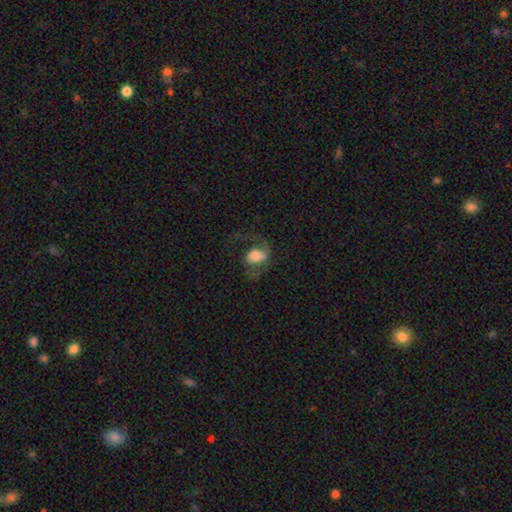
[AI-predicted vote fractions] Q: Smooth or featured?
A: featured or disk (49%); runner-up: smooth (42%)
Q: Merging?
A: none (52%); runner-up: major disturbance (28%)